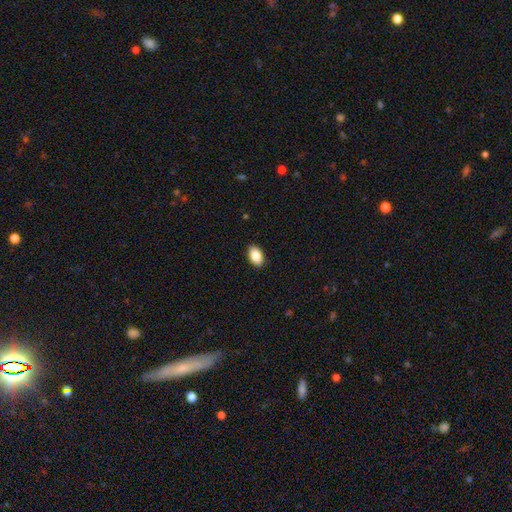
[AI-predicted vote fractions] Smooth or featured?
  - smooth: 86% *
  - star or artifact: 7%
  - featured or disk: 6%
How rounded?
  - in between: 93% *
  - round: 6%
  - cigar-shaped: 1%
Merging?
  - none: 90% *
  - minor disturbance: 8%
  - major disturbance: 2%
  - merger: 1%